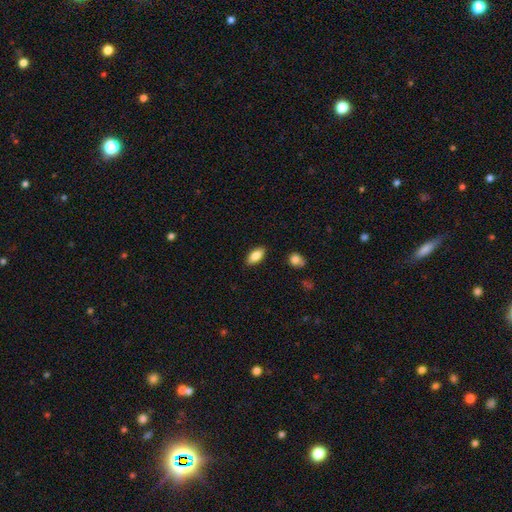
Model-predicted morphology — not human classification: This is clearly a smooth galaxy (85%). How rounded: clearly in between (89%). Merging: clearly none (87%).